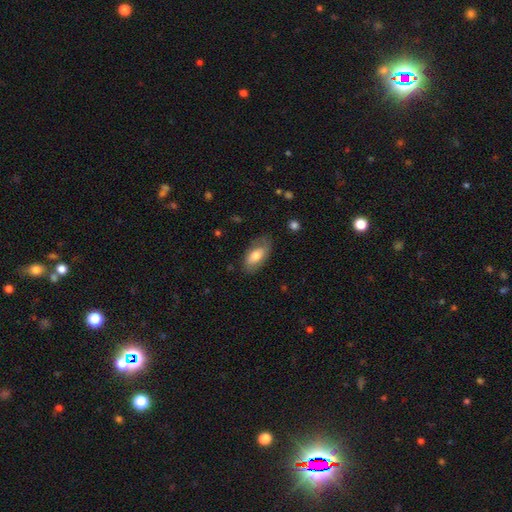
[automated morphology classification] Smooth or featured? Predicted: smooth (p=0.67). How rounded? Predicted: in between (p=0.92). Merging? Predicted: none (p=0.71).